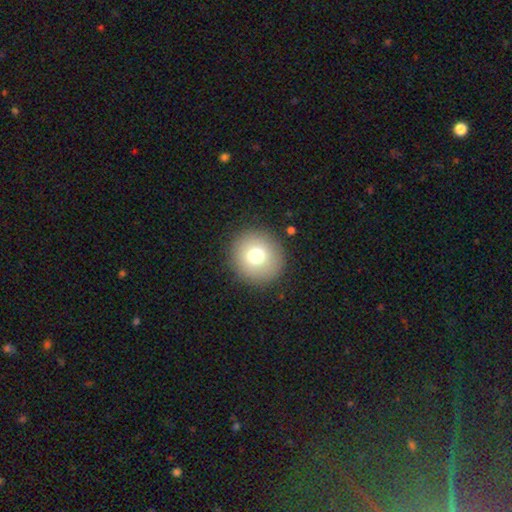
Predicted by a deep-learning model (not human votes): A smooth galaxy with no disk features (75%) that is round (93%). Merging: none (90%).